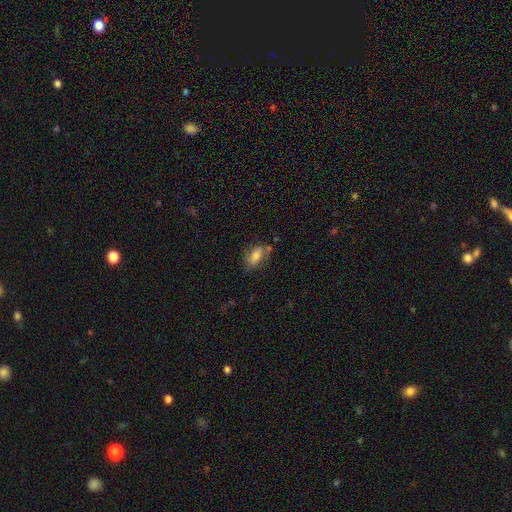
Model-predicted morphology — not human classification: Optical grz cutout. It shows a smooth galaxy with no disk features (72%) that is in between round and cigar-shaped (87%). Merging: none (60%).